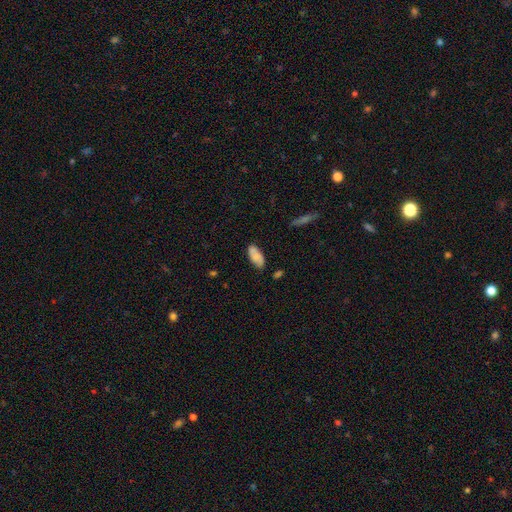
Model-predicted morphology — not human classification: This appears to be a smooth galaxy with no disk features (73%) that is in between round and cigar-shaped (86%). Merging: none (76%).